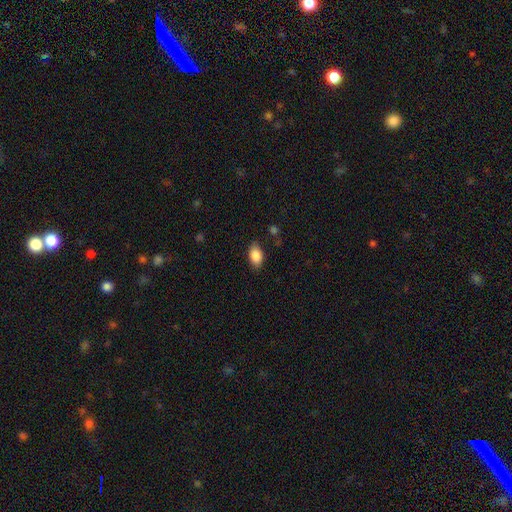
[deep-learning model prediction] The model was most divided on "merging": none: 83%, minor disturbance: 12%, major disturbance: 3%, merger: 1%. More confident: how rounded — in between (90%); smooth or featured — smooth (87%).